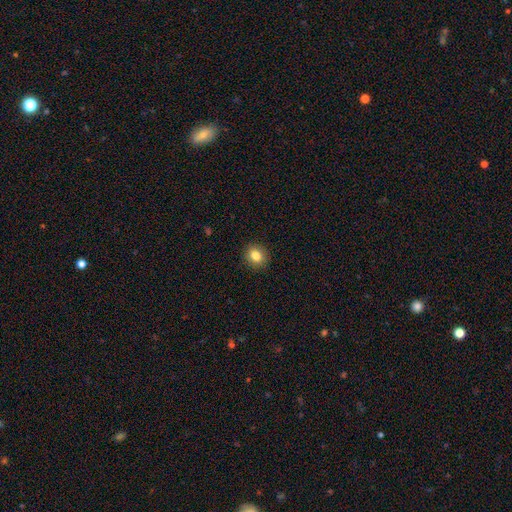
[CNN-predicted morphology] Smooth or featured: smooth — 84% (star or artifact — 10%)
How rounded: round — 67% (in between — 32%)
Merging: none — 91% (minor disturbance — 7%)